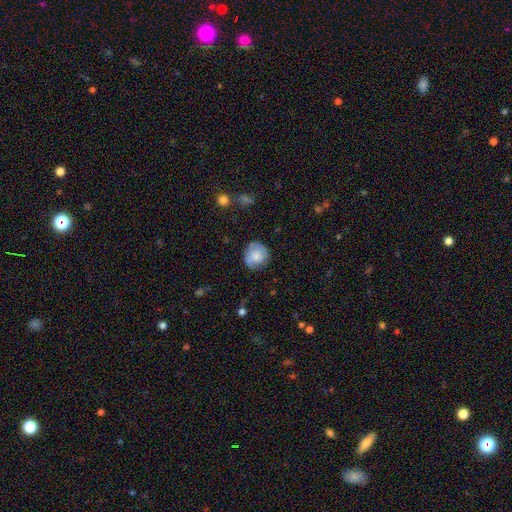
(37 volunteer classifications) smooth 65%, featured or disk 35%, star or artifact 0%. Down the decision tree: how rounded — round (96%); merging — none (65%).